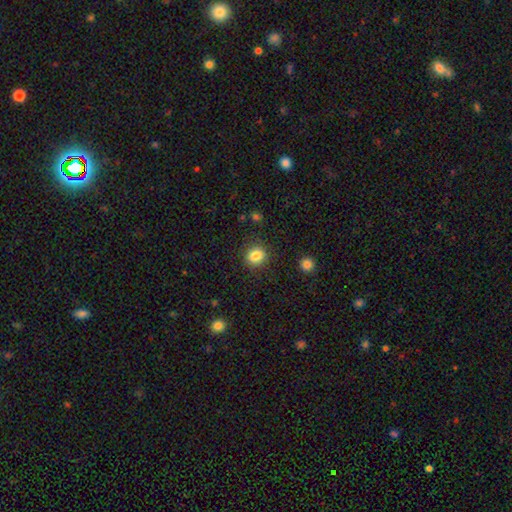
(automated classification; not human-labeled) Overall: smooth (84%). How rounded: round (73%). Merging: none (88%).